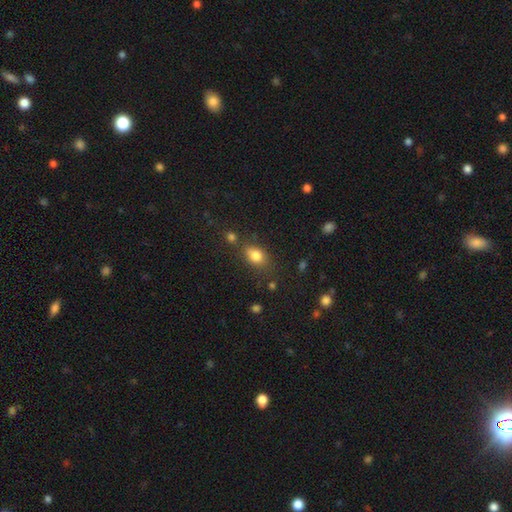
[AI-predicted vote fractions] Smooth or featured? Predicted: smooth (p=0.80). How rounded? Predicted: in between (p=0.66). Merging? Predicted: none (p=0.64).